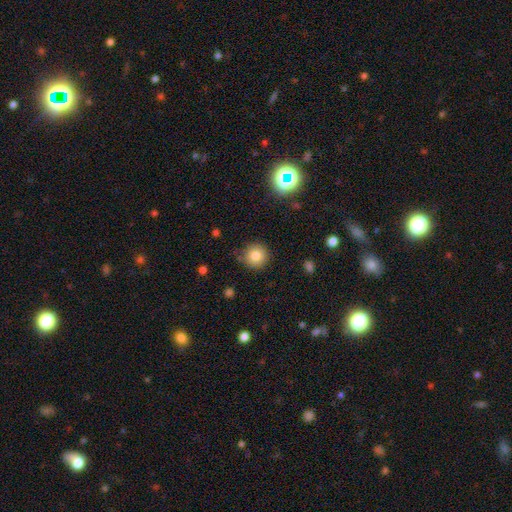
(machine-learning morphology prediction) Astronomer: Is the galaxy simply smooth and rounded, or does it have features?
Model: smooth — 80%.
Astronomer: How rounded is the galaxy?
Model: round — 94%.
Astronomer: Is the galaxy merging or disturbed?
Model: none — 84%.